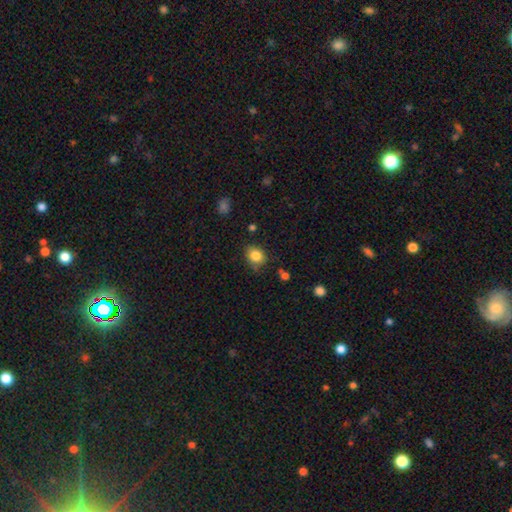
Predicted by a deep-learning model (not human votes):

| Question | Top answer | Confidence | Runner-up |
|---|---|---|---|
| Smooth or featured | smooth | 84% | star or artifact (10%) |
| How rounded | round | 57% | in between (42%) |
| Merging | none | 75% | minor disturbance (18%) |